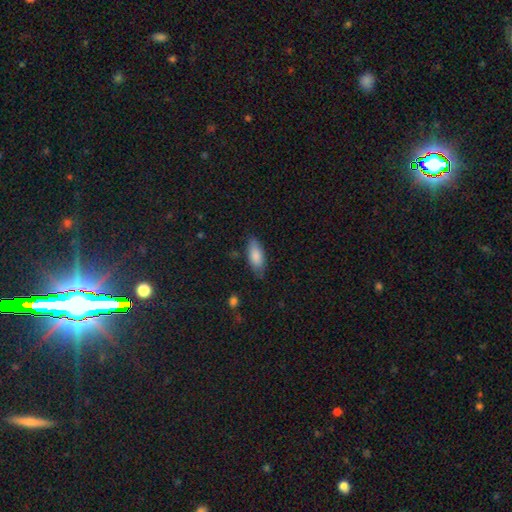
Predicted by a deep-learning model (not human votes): Smooth or featured? smooth (84%)
How rounded? in between (78%)
Merging? none (77%)